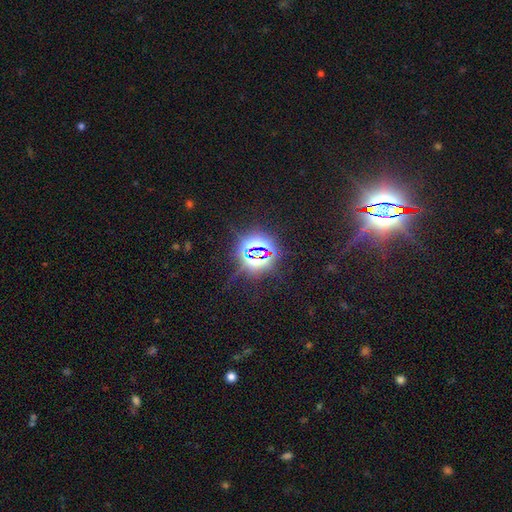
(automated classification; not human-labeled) The model was most divided on "smooth or featured": star or artifact: 82%, smooth: 11%, featured or disk: 7%.